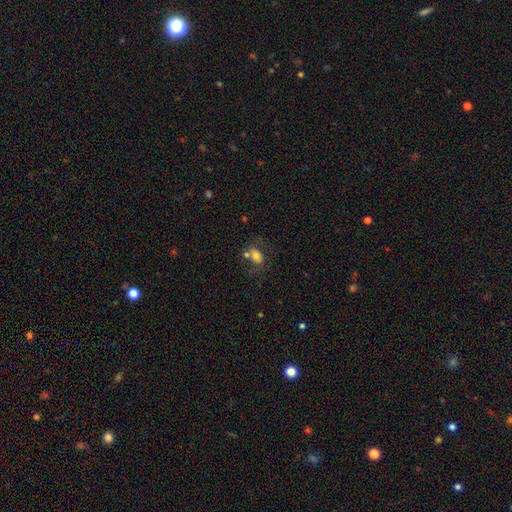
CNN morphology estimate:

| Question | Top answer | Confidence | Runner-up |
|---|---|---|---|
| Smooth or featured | smooth | 67% | featured or disk (21%) |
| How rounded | in between | 78% | round (20%) |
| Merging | none | 46% | merger (24%) |